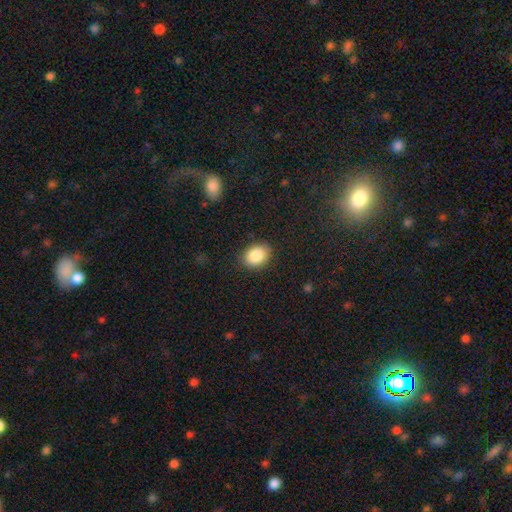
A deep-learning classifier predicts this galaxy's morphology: The model was most divided on "how rounded": in between: 64%, round: 35%, cigar-shaped: 1%. More confident: smooth or featured — smooth (87%); merging — none (87%).